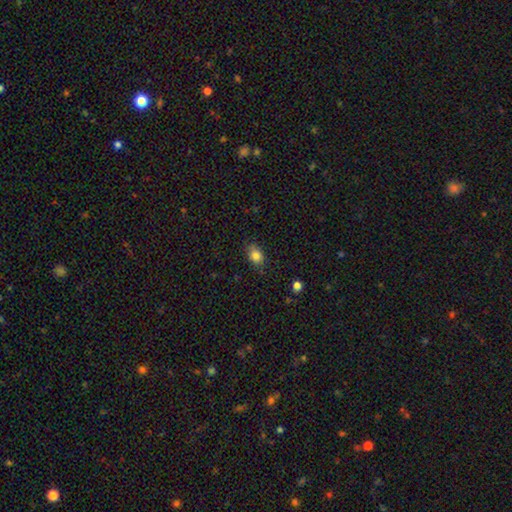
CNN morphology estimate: A smooth galaxy with no disk features (84%) that is in between round and cigar-shaped (66%). Merging: none (77%).